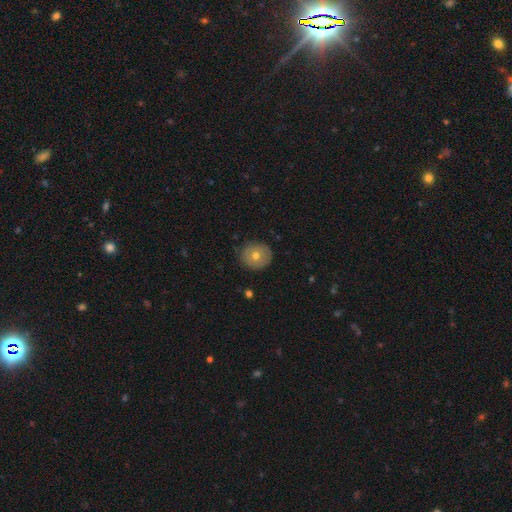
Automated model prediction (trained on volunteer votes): smooth 64%, featured or disk 27%, star or artifact 9%. Down the decision tree: how rounded — round (85%); merging — none (86%).